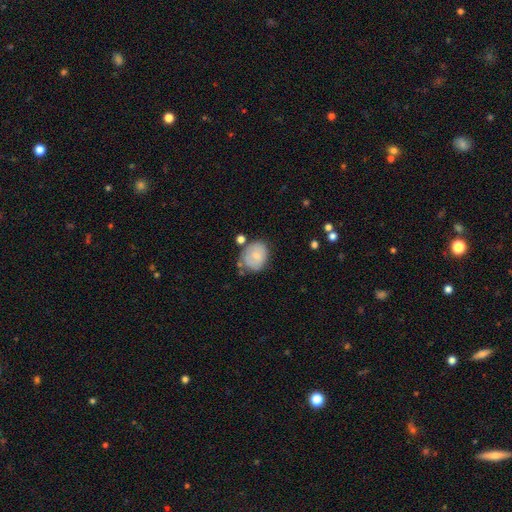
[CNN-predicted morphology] type=smooth (73%); roundness=round (54%); merging=none (59%).